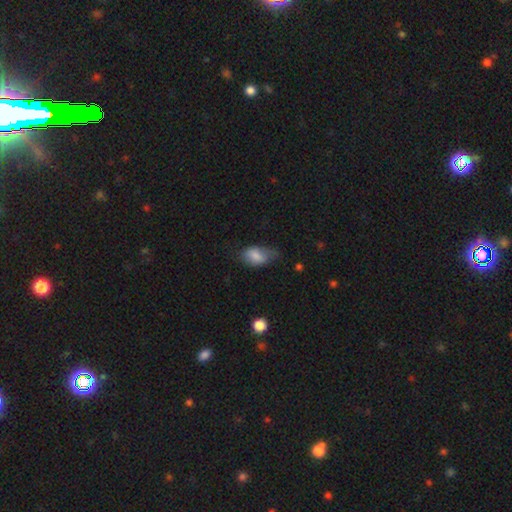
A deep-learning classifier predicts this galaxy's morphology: Smooth or featured?
  - smooth: 79% *
  - featured or disk: 14%
  - star or artifact: 7%
How rounded?
  - in between: 90% *
  - round: 8%
  - cigar-shaped: 2%
Merging?
  - none: 46% *
  - minor disturbance: 38%
  - major disturbance: 14%
  - merger: 2%